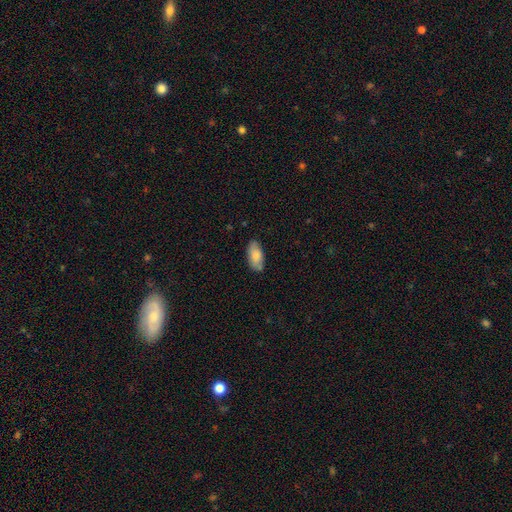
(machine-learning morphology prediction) smooth_or_featured: smooth (p=0.82) [alt: featured or disk p=0.12]
how_rounded: in between (p=0.92) [alt: cigar-shaped p=0.06]
merging: none (p=0.80) [alt: minor disturbance p=0.16]